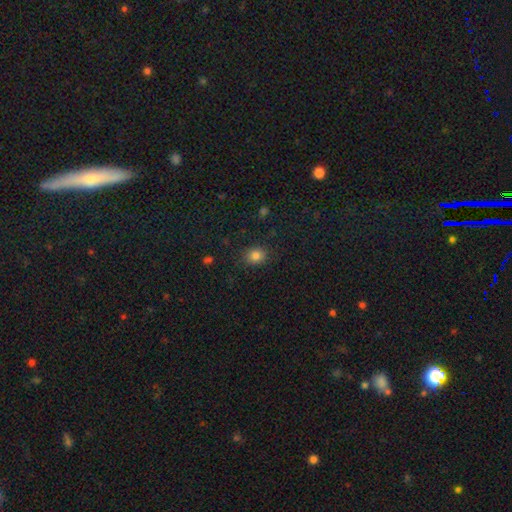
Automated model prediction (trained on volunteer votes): Smooth or featured? Predicted: smooth (p=0.83). How rounded? Predicted: round (p=0.65). Merging? Predicted: none (p=0.86).